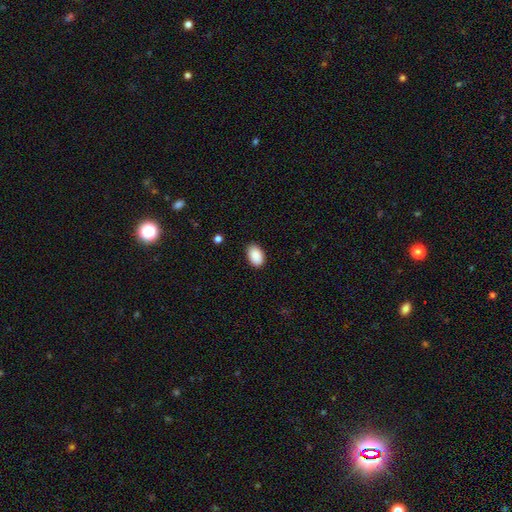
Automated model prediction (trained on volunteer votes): This appears to be a smooth galaxy with no disk features (90%) that is in between round and cigar-shaped (92%). Merging: none (88%).